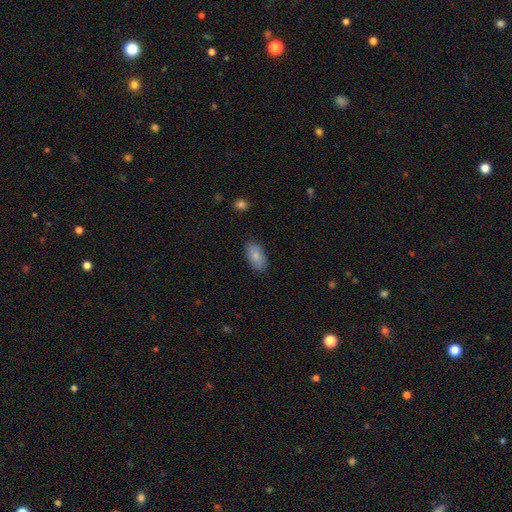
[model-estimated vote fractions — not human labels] Morphology: type=smooth (85%); roundness=in between (92%); merging=none (86%).